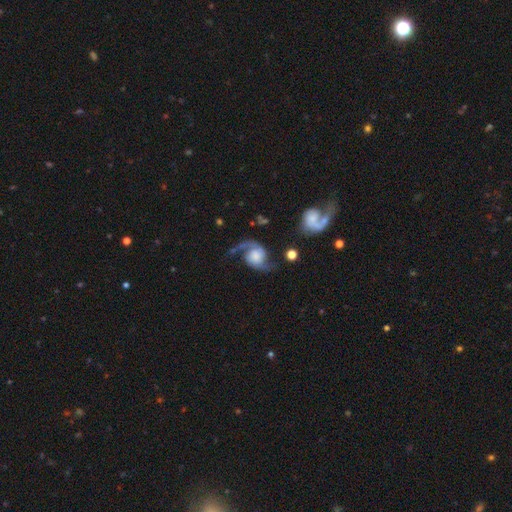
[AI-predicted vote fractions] A featured or disk galaxy (84%) with no bar (70%), 2 (90%) loose (58%) spiral arms (97%) and a large central bulge (32%).

Vote fractions:
- Smooth or featured? featured or disk: 84% / smooth: 10% / star or artifact: 6%
- Edge-on disk? no: 98% / yes: 2%
- Bar? no: 70% / weak: 24% / strong: 6%
- Spiral arms? yes: 97% / no: 3%
- Spiral winding? loose: 58% / medium: 33% / tight: 9%
- Spiral arm count? 2: 90% / 1: 5% / can't tell: 2% / 3: 1% / 4: 1% / more than 4: 1%
- Bulge size? large: 32% / moderate: 20% / none: 19% / small: 16% / dominant: 13%
- Merging? none: 62% / minor disturbance: 19% / major disturbance: 15% / merger: 4%